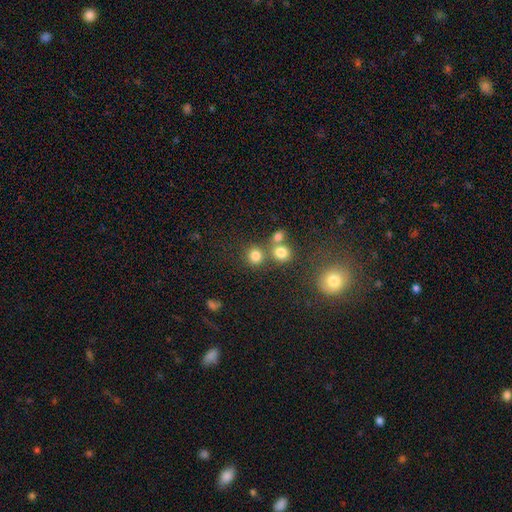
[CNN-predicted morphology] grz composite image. It shows a smooth galaxy with no disk features (78%) that is round (85%). Merging: none (63%).